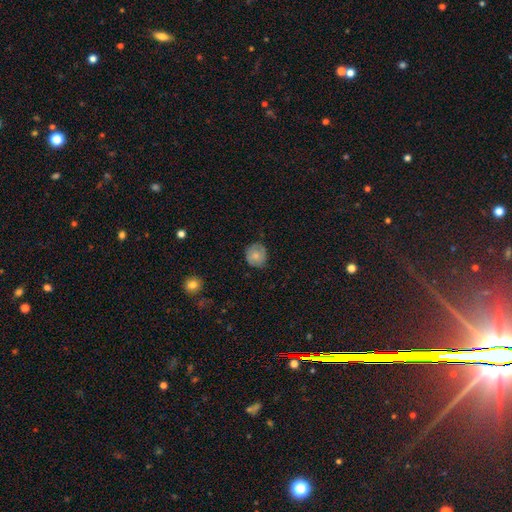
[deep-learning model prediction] This is likely a smooth galaxy (73%). How rounded: clearly round (82%). Merging: likely none (74%).